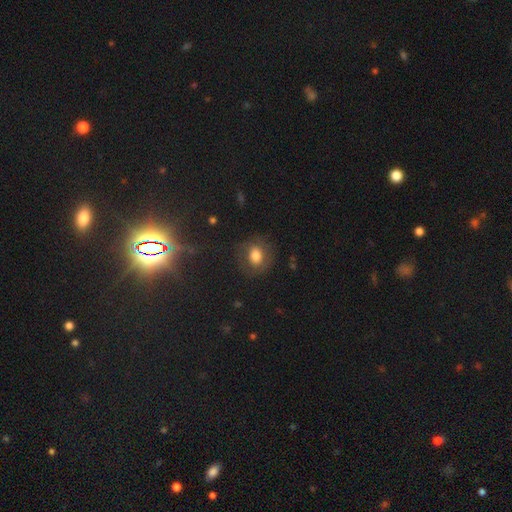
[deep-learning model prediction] Smooth or featured? Predicted: smooth (p=0.71). How rounded? Predicted: round (p=0.67). Merging? Predicted: none (p=0.76).